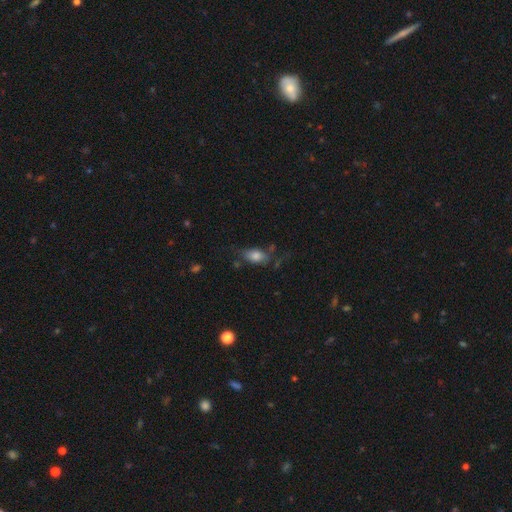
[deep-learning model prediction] The model was most divided on "merging": none: 54%, minor disturbance: 25%, major disturbance: 14%, merger: 6%. More confident: how rounded — in between (84%); smooth or featured — smooth (74%).